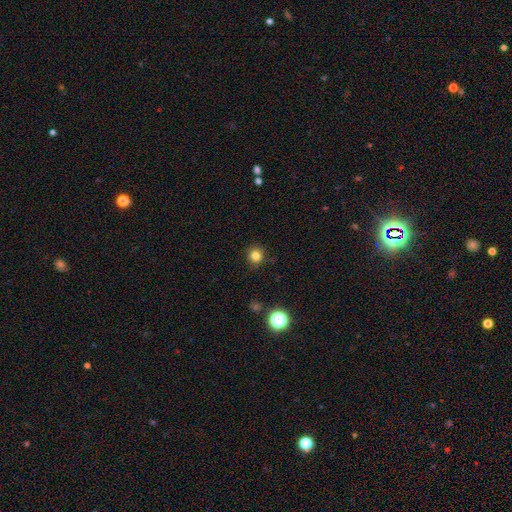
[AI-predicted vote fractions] smooth-or-featured: smooth: 81% | star or artifact: 14% | featured or disk: 5%
  how-rounded: round: 93% | in between: 7% | cigar-shaped: 1%
  merging: none: 90% | minor disturbance: 7% | major disturbance: 2% | merger: 1%